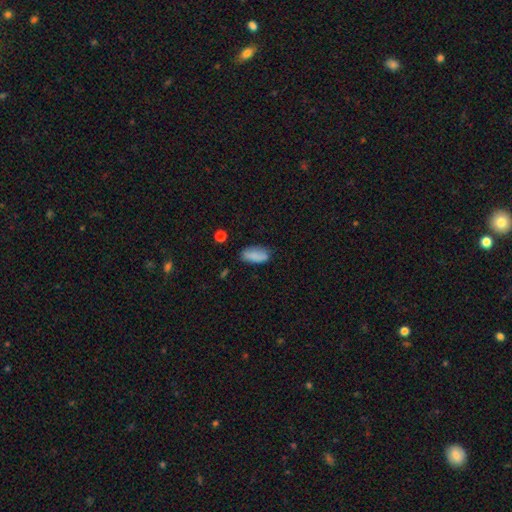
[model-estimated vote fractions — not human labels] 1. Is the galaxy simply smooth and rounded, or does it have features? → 82% smooth, 10% featured or disk, 8% star or artifact.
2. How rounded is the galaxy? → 88% in between, 9% cigar-shaped, 3% round.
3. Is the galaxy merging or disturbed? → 69% none, 22% minor disturbance, 6% major disturbance, 3% merger.